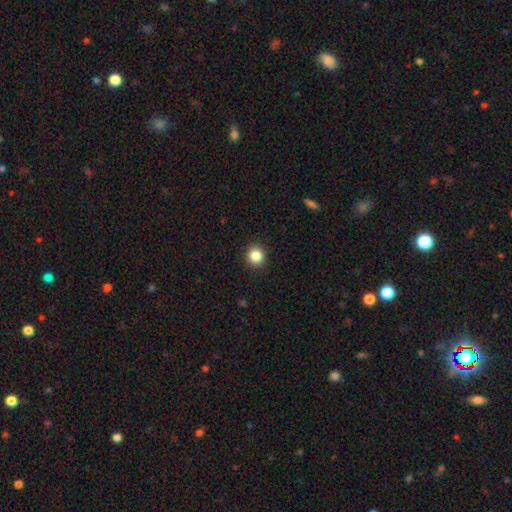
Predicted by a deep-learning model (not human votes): A smooth galaxy with no disk features (85%) that is round (89%).

Vote fractions:
- Smooth or featured? smooth: 85% / star or artifact: 10% / featured or disk: 4%
- How rounded? round: 89% / in between: 10% / cigar-shaped: 1%
- Merging? none: 92% / minor disturbance: 5% / major disturbance: 2% / merger: 1%